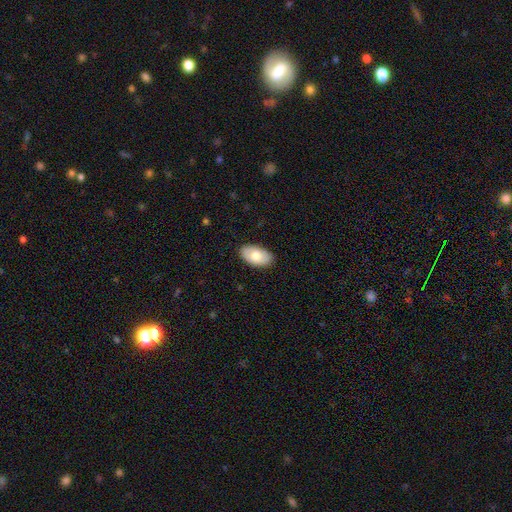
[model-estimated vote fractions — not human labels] A smooth galaxy with no disk features (74%) that is in between round and cigar-shaped (95%). Merging: none (87%).